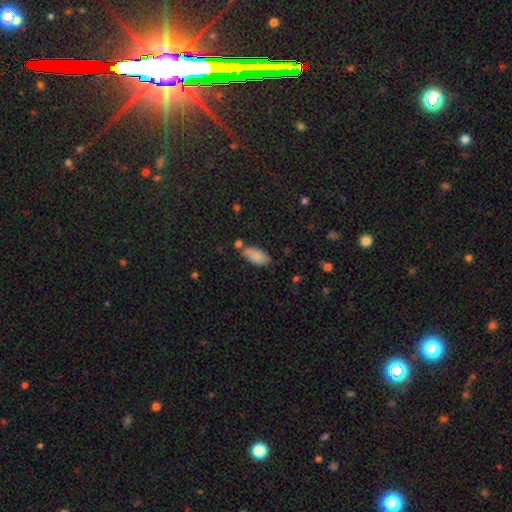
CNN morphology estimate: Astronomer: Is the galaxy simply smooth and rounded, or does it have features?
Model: smooth — 85%.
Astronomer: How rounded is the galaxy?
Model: in between — 92%.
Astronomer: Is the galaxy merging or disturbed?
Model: none — 67%.